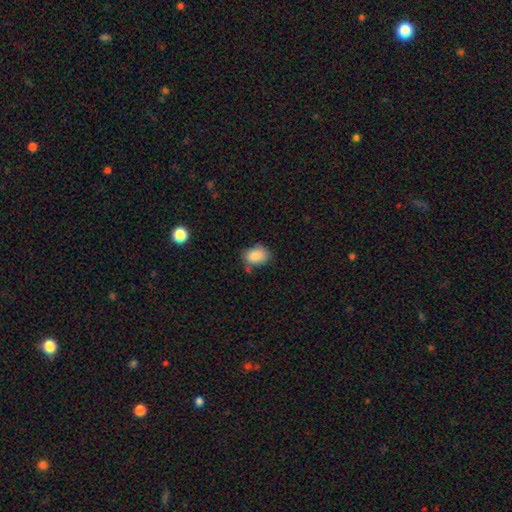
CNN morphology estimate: Smooth or featured: smooth — 86% (star or artifact — 8%)
How rounded: in between — 73% (round — 26%)
Merging: none — 63% (minor disturbance — 25%)